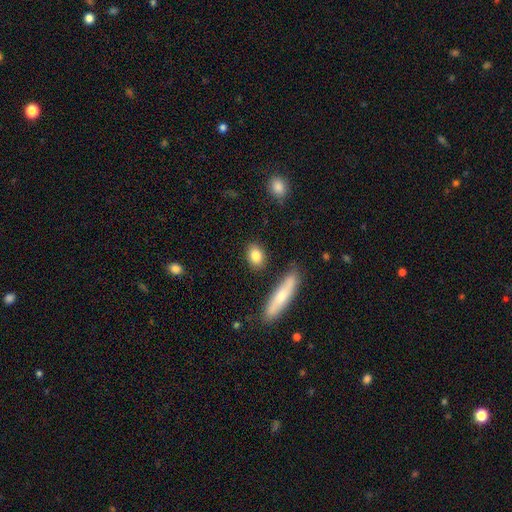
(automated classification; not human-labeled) This is clearly a smooth galaxy (83%). How rounded: likely in between (67%). Merging: clearly none (84%).